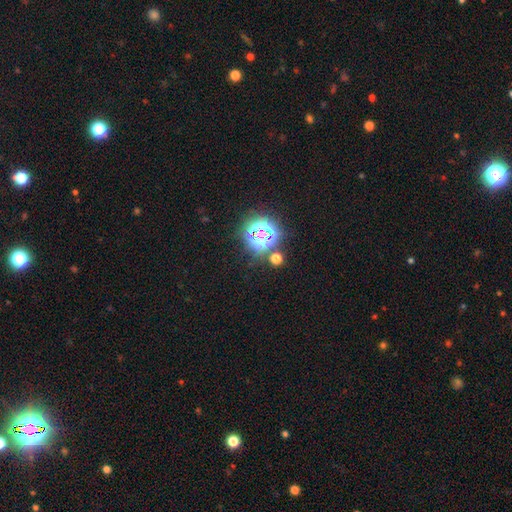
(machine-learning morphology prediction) Q: Smooth or featured?
A: star or artifact (81%); runner-up: smooth (13%)